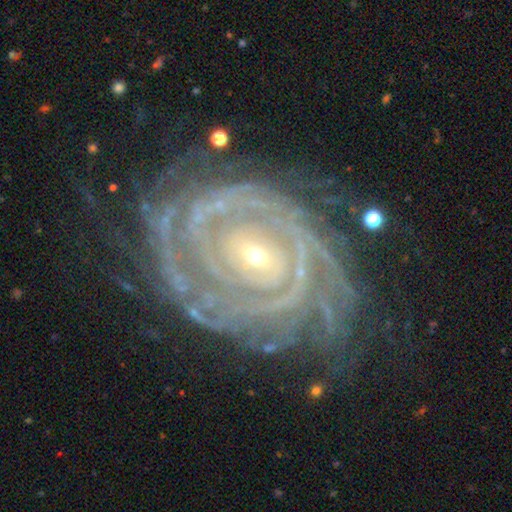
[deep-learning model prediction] Smooth or featured?
  - featured or disk: 91% *
  - star or artifact: 6%
  - smooth: 3%
Edge-on disk?
  - no: 97% *
  - yes: 3%
Bar?
  - no: 59% *
  - weak: 24%
  - strong: 17%
Spiral arms?
  - yes: 98% *
  - no: 2%
Spiral winding?
  - tight: 85% *
  - medium: 13%
  - loose: 2%
Spiral arm count?
  - 2: 28% *
  - 3: 18%
  - can't tell: 18%
  - 4: 15%
  - more than 4: 14%
  - 1: 7%
Bulge size?
  - small: 75% *
  - moderate: 22%
  - large: 1%
  - none: 1%
  - dominant: 1%
Merging?
  - none: 73% *
  - minor disturbance: 18%
  - major disturbance: 8%
  - merger: 2%